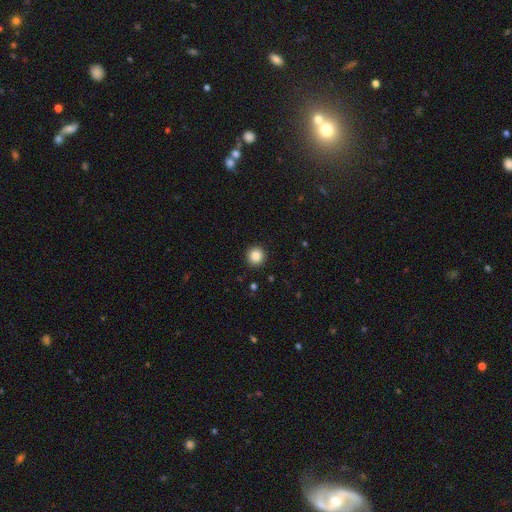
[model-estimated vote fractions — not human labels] Smooth or featured?
  - smooth: 85% *
  - star or artifact: 10%
  - featured or disk: 5%
How rounded?
  - round: 95% *
  - in between: 4%
  - cigar-shaped: 1%
Merging?
  - none: 93% *
  - minor disturbance: 5%
  - major disturbance: 2%
  - merger: 1%